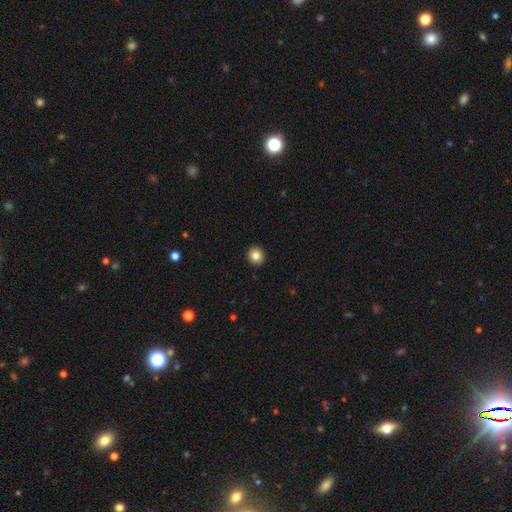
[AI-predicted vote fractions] Overall: smooth (84%). How rounded: round (88%). Merging: none (93%).